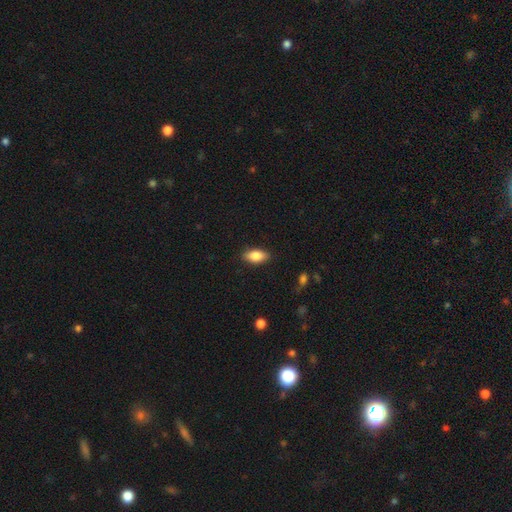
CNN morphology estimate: Q: Smooth or featured?
A: smooth (84%); runner-up: featured or disk (9%)
Q: How rounded?
A: in between (89%); runner-up: cigar-shaped (7%)
Q: Merging?
A: none (87%); runner-up: minor disturbance (10%)